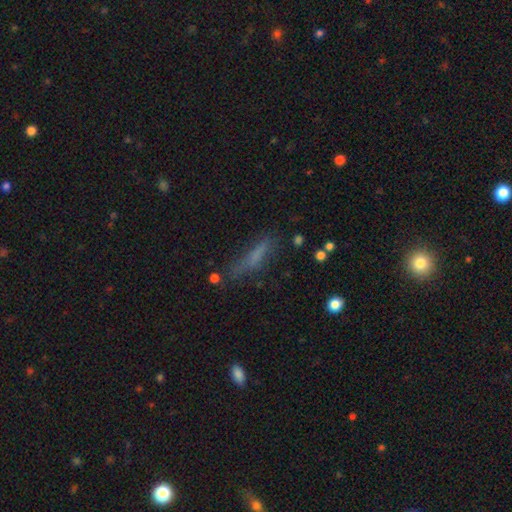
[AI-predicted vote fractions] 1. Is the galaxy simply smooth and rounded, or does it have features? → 60% smooth, 25% featured or disk, 15% star or artifact.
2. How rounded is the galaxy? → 80% cigar-shaped, 17% in between, 3% round.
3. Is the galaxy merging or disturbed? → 61% none, 23% minor disturbance, 12% major disturbance, 4% merger.